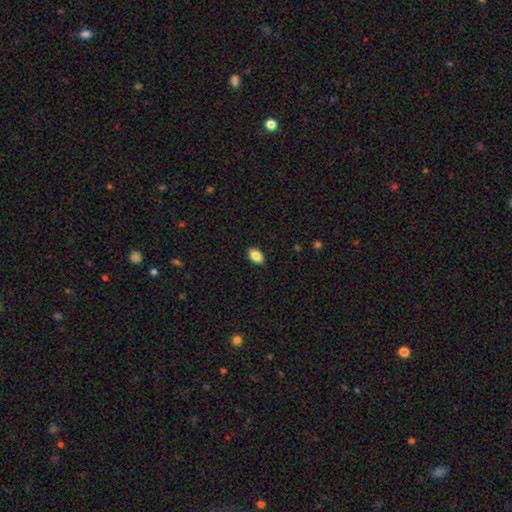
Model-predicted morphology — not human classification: A smooth galaxy with no disk features (87%) that is in between round and cigar-shaped (90%). Merging: none (89%).